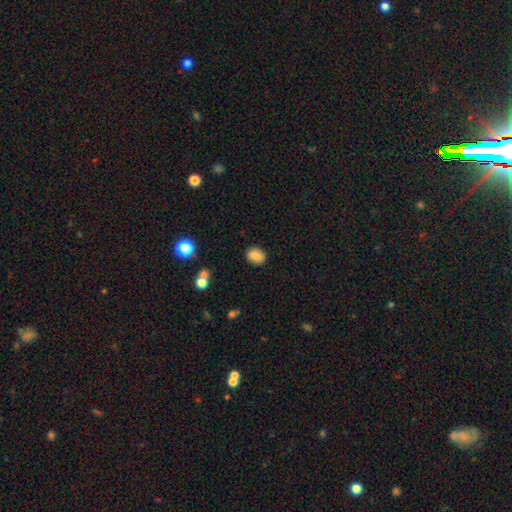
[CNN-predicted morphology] Smooth or featured? smooth (80%)
How rounded? in between (61%)
Merging? none (86%)